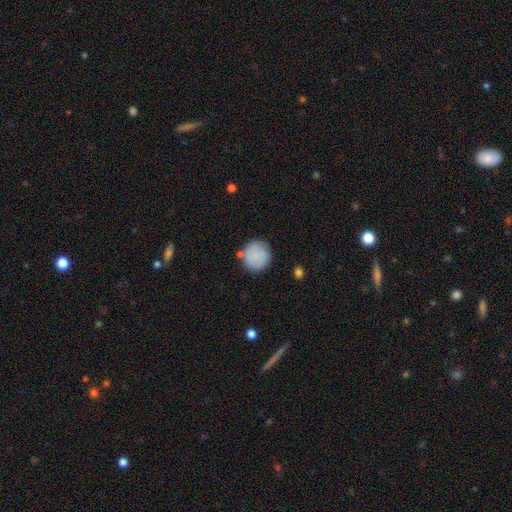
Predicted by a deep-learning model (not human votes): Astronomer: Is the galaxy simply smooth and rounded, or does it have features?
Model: smooth — 78%.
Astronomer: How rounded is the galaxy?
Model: round — 91%.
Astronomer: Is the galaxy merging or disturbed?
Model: none — 77%.